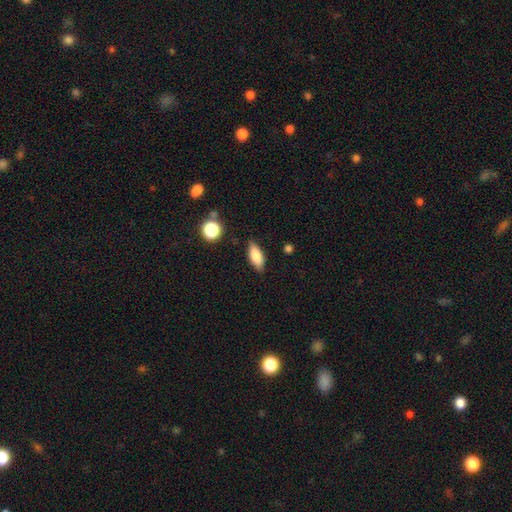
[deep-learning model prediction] Smooth or featured?
  - smooth: 79% *
  - featured or disk: 13%
  - star or artifact: 8%
How rounded?
  - in between: 77% *
  - cigar-shaped: 19%
  - round: 4%
Merging?
  - none: 81% *
  - minor disturbance: 14%
  - major disturbance: 3%
  - merger: 2%